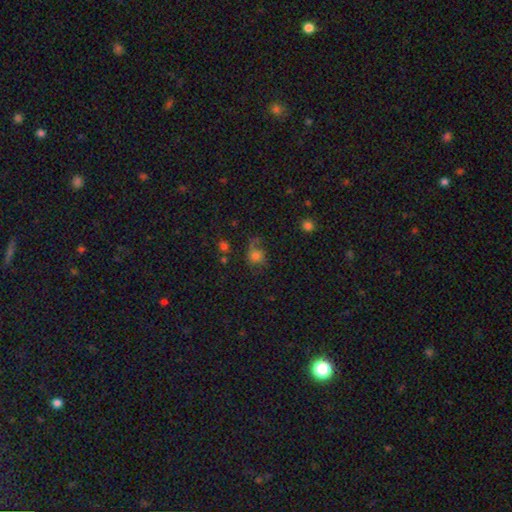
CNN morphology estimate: Smooth or featured? smooth (67%)
How rounded? round (68%)
Merging? none (45%)